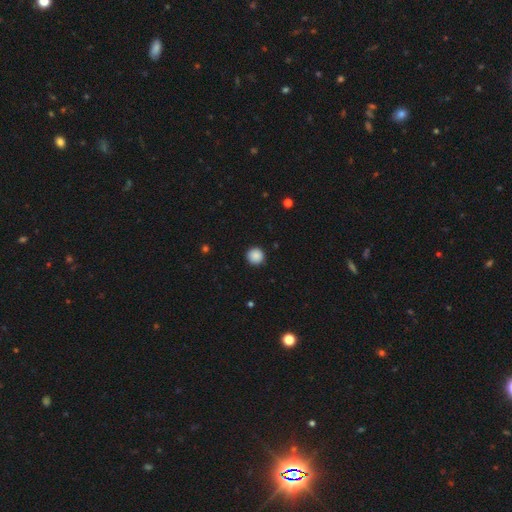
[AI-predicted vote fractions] This is clearly a smooth galaxy (88%). How rounded: clearly round (96%). Merging: clearly none (92%).